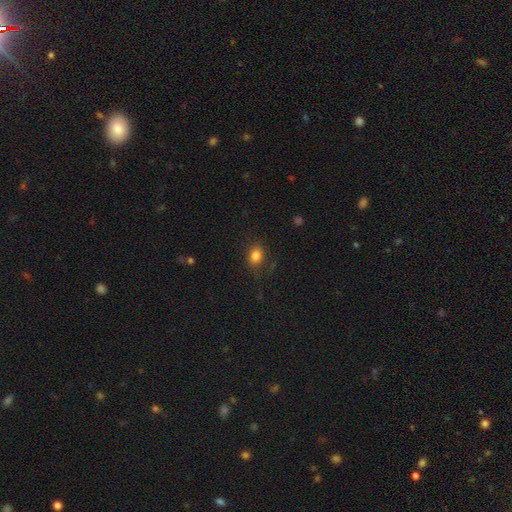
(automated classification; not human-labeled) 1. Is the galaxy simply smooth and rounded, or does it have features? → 82% smooth, 11% star or artifact, 7% featured or disk.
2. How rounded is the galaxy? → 55% in between, 44% round, 1% cigar-shaped.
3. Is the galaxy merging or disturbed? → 75% none, 16% minor disturbance, 7% major disturbance, 2% merger.